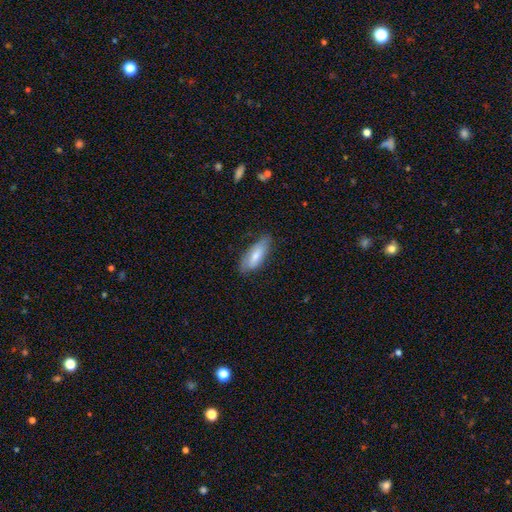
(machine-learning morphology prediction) A smooth galaxy with no disk features (73%) that is in between round and cigar-shaped (71%). Merging: none (69%).